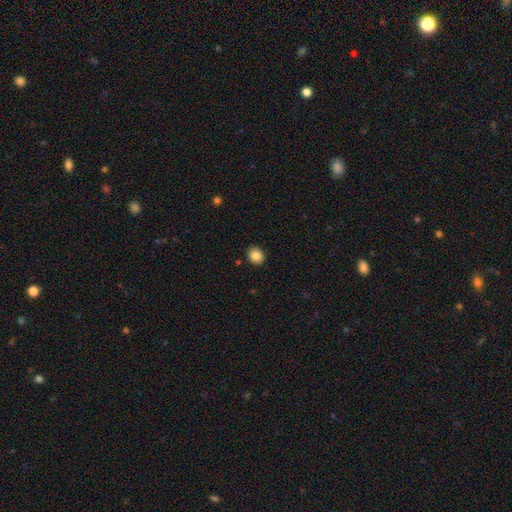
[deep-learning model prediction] Smooth or featured?
  - smooth: 86% *
  - star or artifact: 9%
  - featured or disk: 5%
How rounded?
  - round: 72% *
  - in between: 28%
  - cigar-shaped: 1%
Merging?
  - none: 91% *
  - minor disturbance: 6%
  - major disturbance: 2%
  - merger: 1%